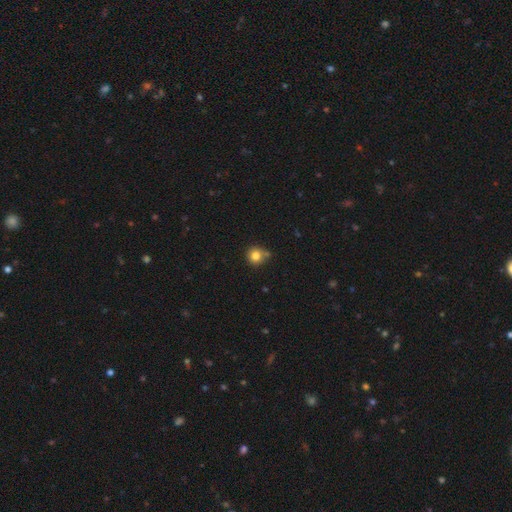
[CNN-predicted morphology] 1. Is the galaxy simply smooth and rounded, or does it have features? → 82% smooth, 11% star or artifact, 7% featured or disk.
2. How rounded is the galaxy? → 92% round, 7% in between, 1% cigar-shaped.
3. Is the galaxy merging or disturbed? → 70% none, 16% minor disturbance, 11% merger, 4% major disturbance.